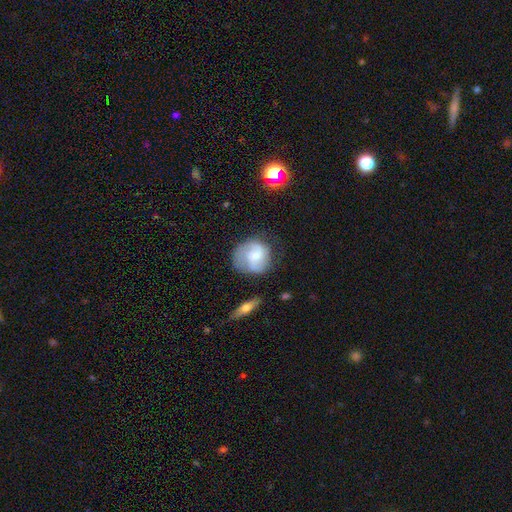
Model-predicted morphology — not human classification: smooth_or_featured: featured or disk (p=0.51) [alt: smooth p=0.42]
disk_edge_on: no (p=0.97) [alt: yes p=0.03]
merging: none (p=0.58) [alt: minor disturbance p=0.24]